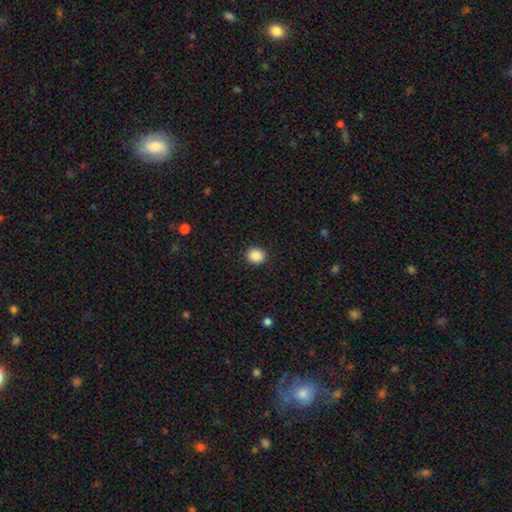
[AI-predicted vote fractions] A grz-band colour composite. It shows a smooth galaxy with no disk features (89%) that is round (72%). Merging: none (91%).